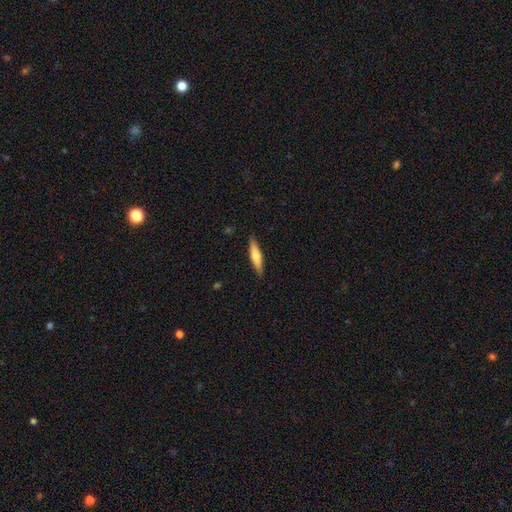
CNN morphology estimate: This is possibly a smooth galaxy (55%). How rounded: clearly cigar-shaped (80%). Merging: clearly none (89%).